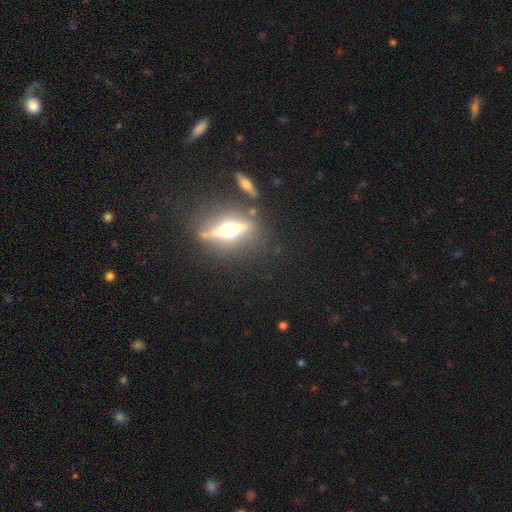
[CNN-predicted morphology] The model was most divided on "smooth or featured": featured or disk: 72%, smooth: 18%, star or artifact: 10%. More confident: edge-on bulge — rounded (95%); edge-on disk — yes (90%); merging — none (78%).